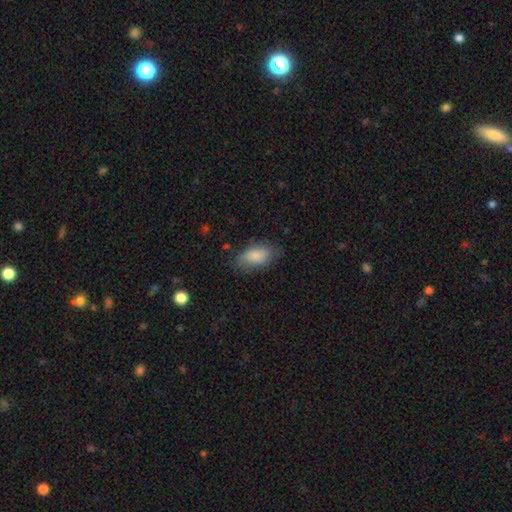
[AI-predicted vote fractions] This appears to be a smooth galaxy with no disk features (81%) that is in between round and cigar-shaped (92%). Merging: none (65%).